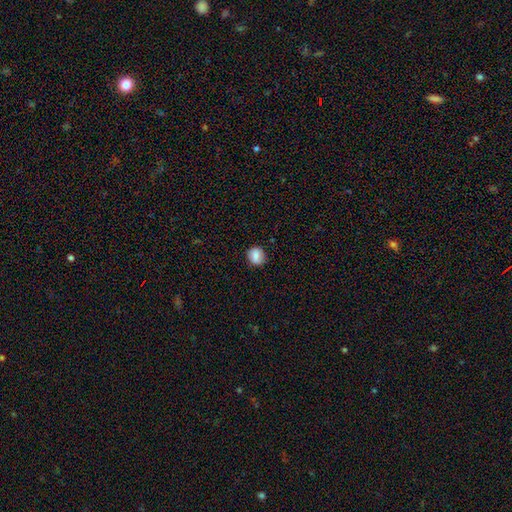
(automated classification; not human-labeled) smooth 81%, featured or disk 10%, star or artifact 9%. Down the decision tree: how rounded — round (75%); merging — none (86%).